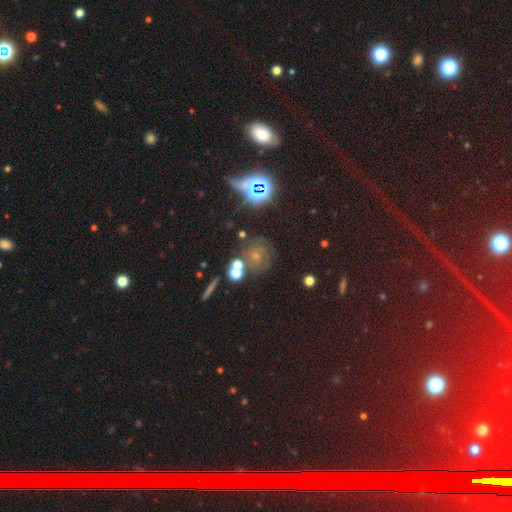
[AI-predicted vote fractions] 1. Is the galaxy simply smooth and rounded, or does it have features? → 36% star or artifact, 33% smooth, 31% featured or disk.